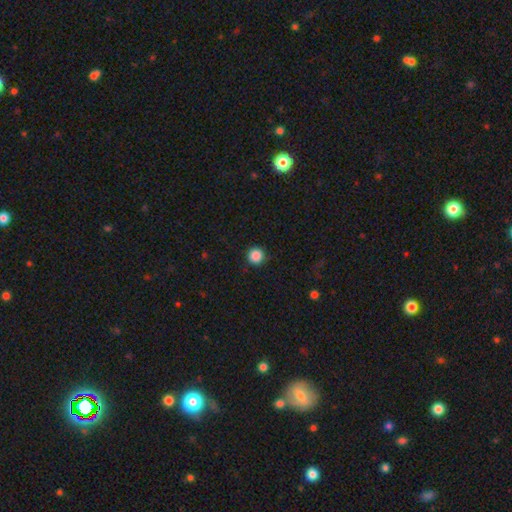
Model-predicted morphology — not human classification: This is clearly a smooth galaxy (87%). How rounded: clearly round (96%). Merging: clearly none (91%).